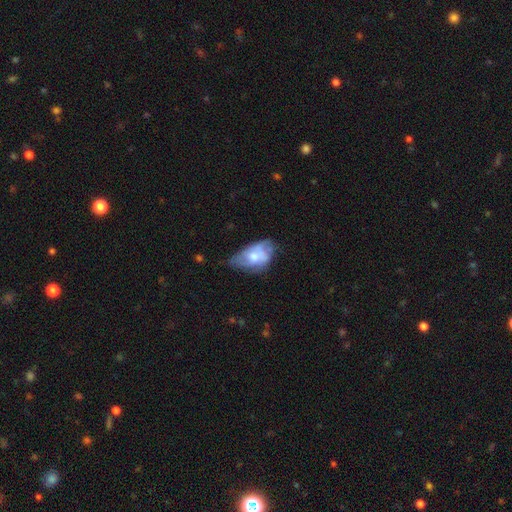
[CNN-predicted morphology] Smooth or featured? Predicted: smooth (p=0.48). Merging? Predicted: minor disturbance (p=0.38).